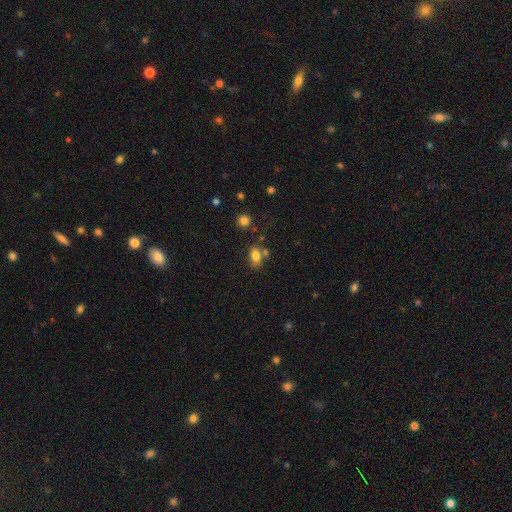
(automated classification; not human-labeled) smooth_or_featured: smooth (p=0.80) [alt: star or artifact p=0.11]
how_rounded: in between (p=0.82) [alt: round p=0.16]
merging: none (p=0.62) [alt: merger p=0.17]